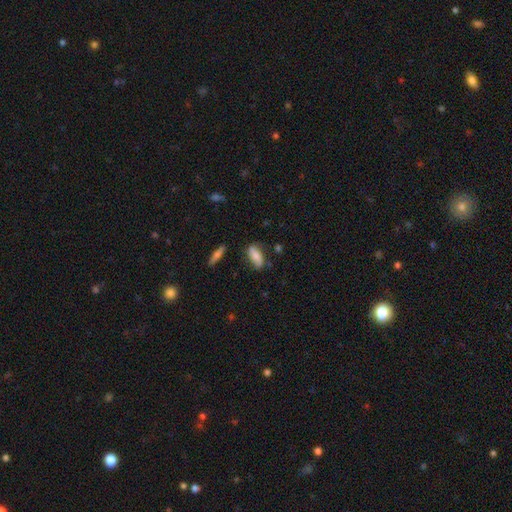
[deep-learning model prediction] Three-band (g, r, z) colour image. It shows a smooth galaxy with no disk features (70%) that is in between round and cigar-shaped (79%). Merging: none (73%).